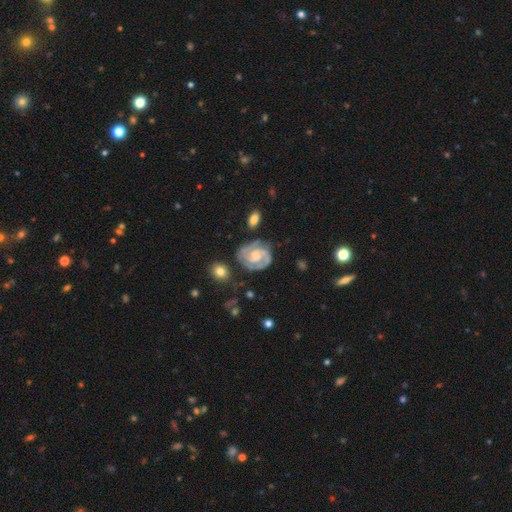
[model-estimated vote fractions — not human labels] Smooth or featured? Predicted: featured or disk (p=0.88). Edge-on disk? Predicted: no (p=0.98). Bar? Predicted: no (p=0.58). Spiral arms? Predicted: yes (p=0.98). Spiral winding? Predicted: tight (p=0.65). Spiral arm count? Predicted: 2 (p=0.65). Bulge size? Predicted: small (p=0.56). Merging? Predicted: none (p=0.72).